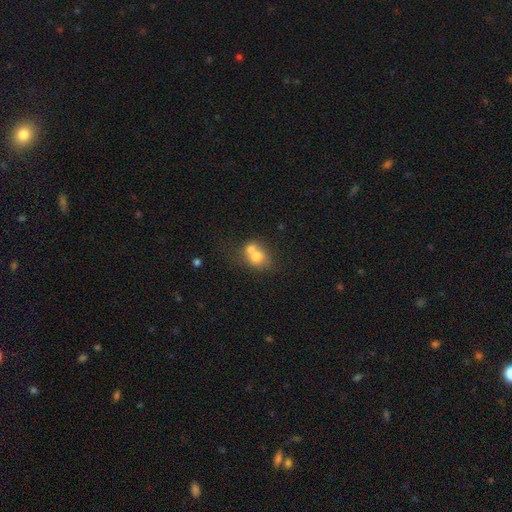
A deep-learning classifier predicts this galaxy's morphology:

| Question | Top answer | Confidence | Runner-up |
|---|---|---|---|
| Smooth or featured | smooth | 67% | featured or disk (22%) |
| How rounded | round | 58% | in between (41%) |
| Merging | merger | 62% | none (26%) |